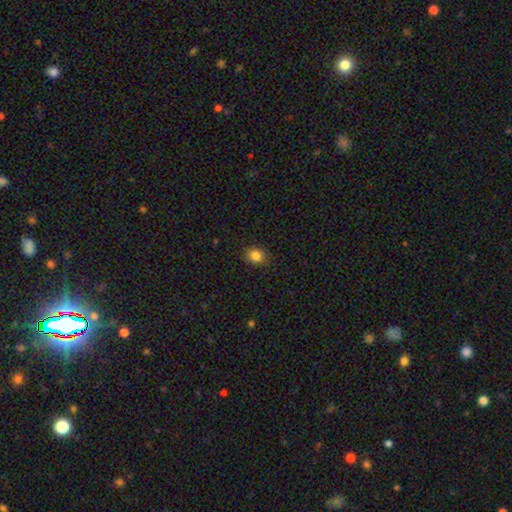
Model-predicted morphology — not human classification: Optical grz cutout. It shows a smooth galaxy with no disk features (84%) that is round (61%). Merging: none (86%).